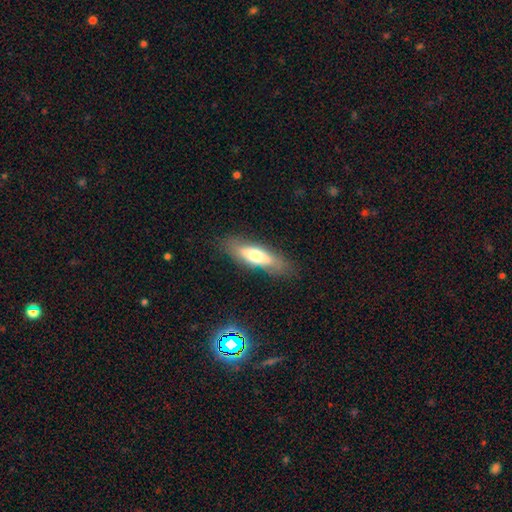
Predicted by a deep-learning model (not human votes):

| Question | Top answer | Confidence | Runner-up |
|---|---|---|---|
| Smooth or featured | smooth | 60% | featured or disk (34%) |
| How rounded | in between | 55% | cigar-shaped (42%) |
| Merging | none | 80% | minor disturbance (14%) |